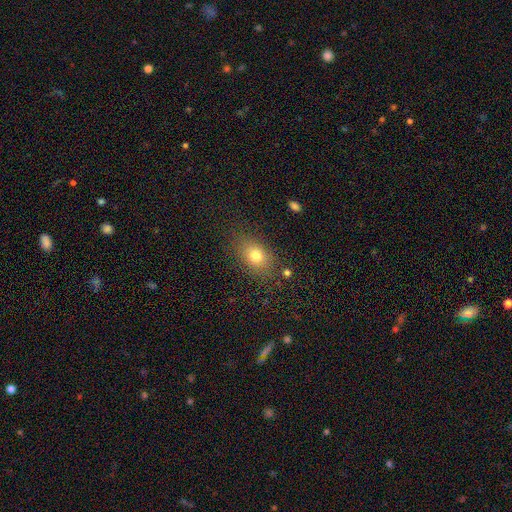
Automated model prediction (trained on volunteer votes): Smooth or featured? Predicted: smooth (p=0.76). How rounded? Predicted: in between (p=0.71). Merging? Predicted: none (p=0.80).